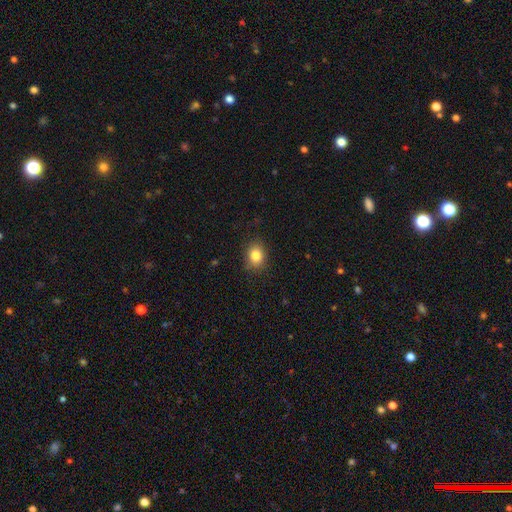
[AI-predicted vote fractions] This is clearly a smooth galaxy (84%). How rounded: possibly round (51%). Merging: clearly none (83%).